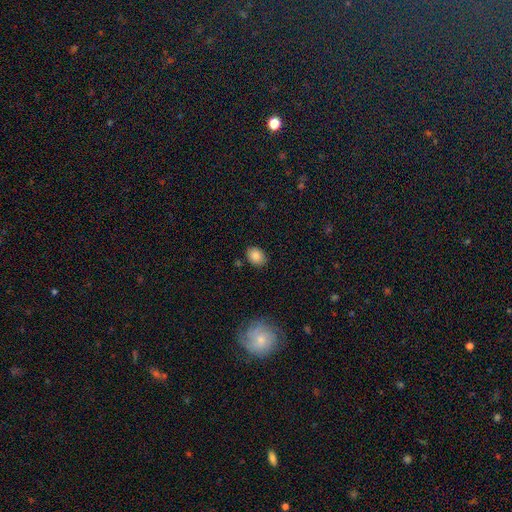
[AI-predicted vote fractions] Q: Smooth or featured?
A: smooth (85%); runner-up: star or artifact (10%)
Q: How rounded?
A: in between (69%); runner-up: round (30%)
Q: Merging?
A: none (83%); runner-up: minor disturbance (12%)